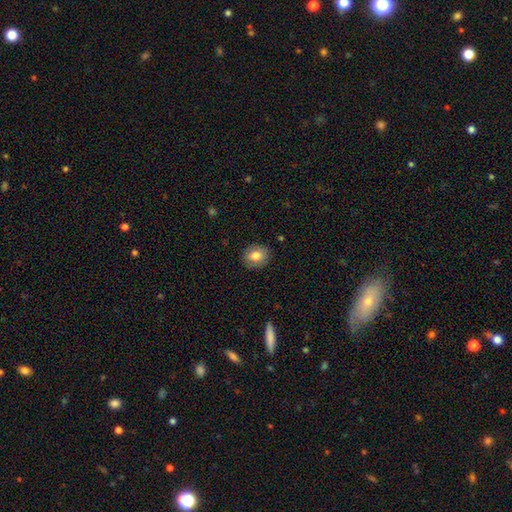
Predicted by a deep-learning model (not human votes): Morphology: type=smooth (80%); roundness=round (55%); merging=none (88%).